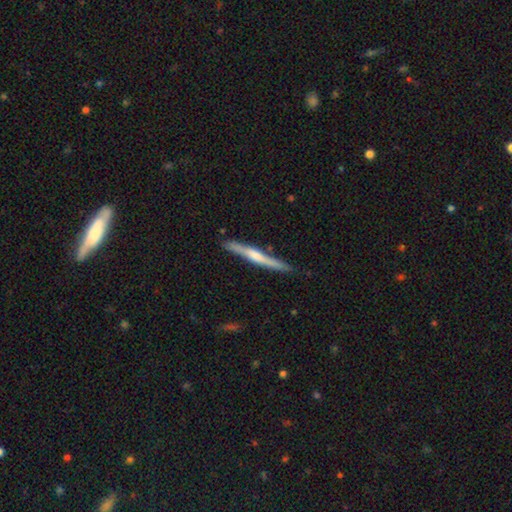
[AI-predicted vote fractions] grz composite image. It shows a featured or disk galaxy (67%) viewed edge-on (97%) with a rounded central bulge (71%). Merging: none (85%).